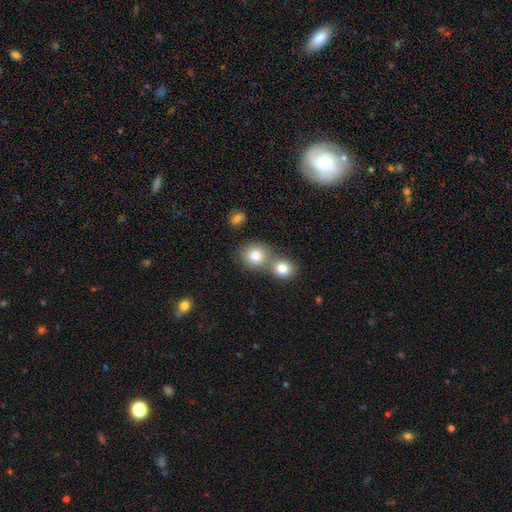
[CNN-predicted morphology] smooth-or-featured: smooth: 81% | star or artifact: 10% | featured or disk: 9%
  how-rounded: round: 82% | in between: 17% | cigar-shaped: 1%
  merging: merger: 48% | none: 43% | minor disturbance: 7% | major disturbance: 3%